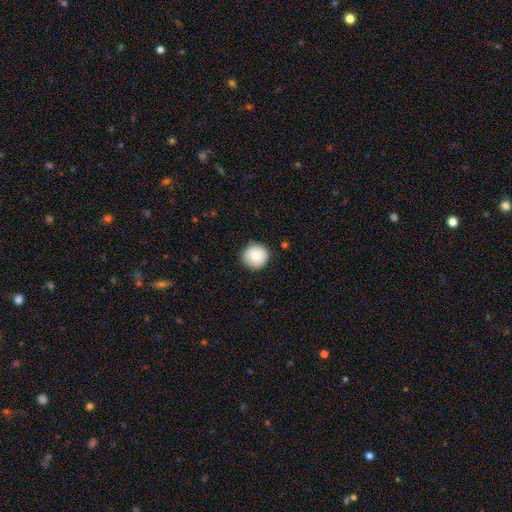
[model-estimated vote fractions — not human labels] The model was most divided on "smooth or featured": smooth: 79%, featured or disk: 13%, star or artifact: 8%. More confident: how rounded — round (94%); merging — none (87%).